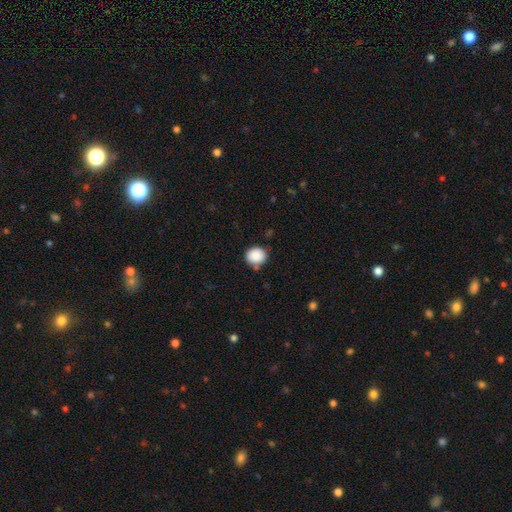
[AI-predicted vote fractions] This is clearly a smooth galaxy (88%). How rounded: clearly round (80%). Merging: clearly none (81%).